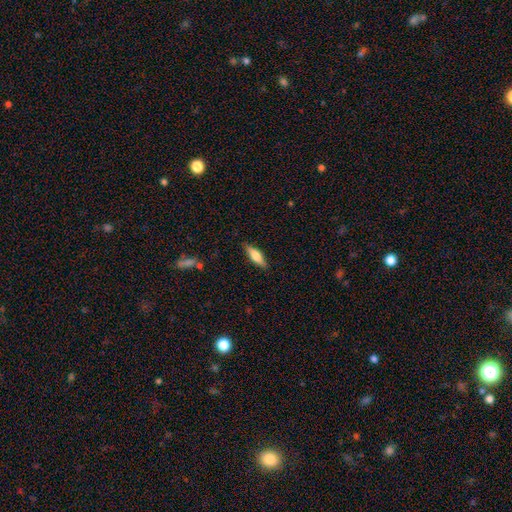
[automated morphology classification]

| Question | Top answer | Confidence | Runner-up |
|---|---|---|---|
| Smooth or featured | smooth | 62% | featured or disk (32%) |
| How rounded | cigar-shaped | 52% | in between (46%) |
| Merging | none | 85% | minor disturbance (11%) |